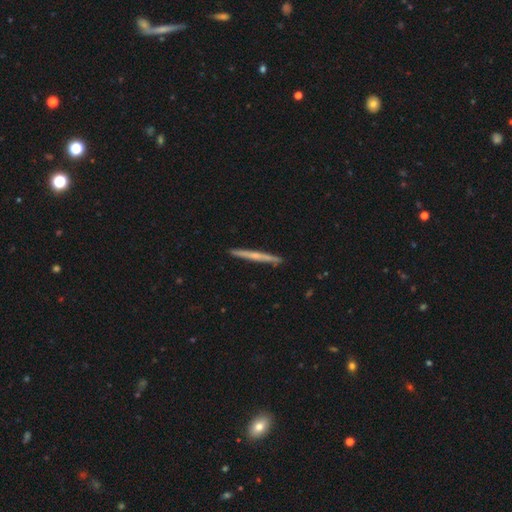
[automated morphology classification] Smooth or featured? Predicted: featured or disk (p=0.55). Edge-on disk? Predicted: yes (p=0.97). Edge-on bulge? Predicted: none (p=0.55). Merging? Predicted: none (p=0.91).